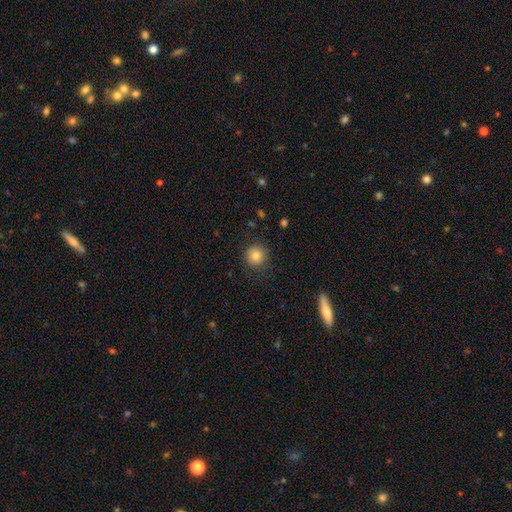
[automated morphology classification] Q: Smooth or featured?
A: smooth (81%); runner-up: star or artifact (10%)
Q: How rounded?
A: round (93%); runner-up: in between (6%)
Q: Merging?
A: none (87%); runner-up: minor disturbance (9%)